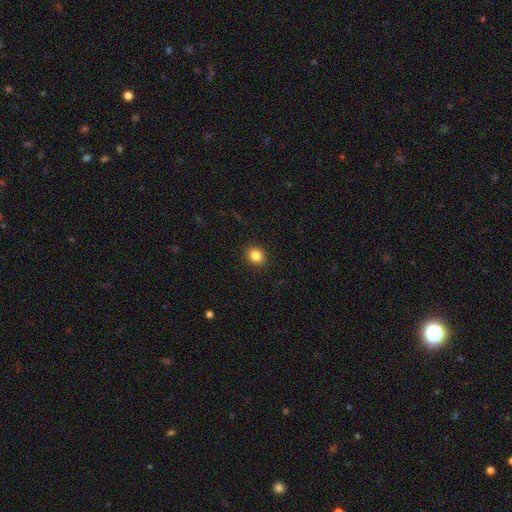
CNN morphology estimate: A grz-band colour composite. It shows a smooth galaxy with no disk features (84%) that is round (64%). Merging: none (91%).